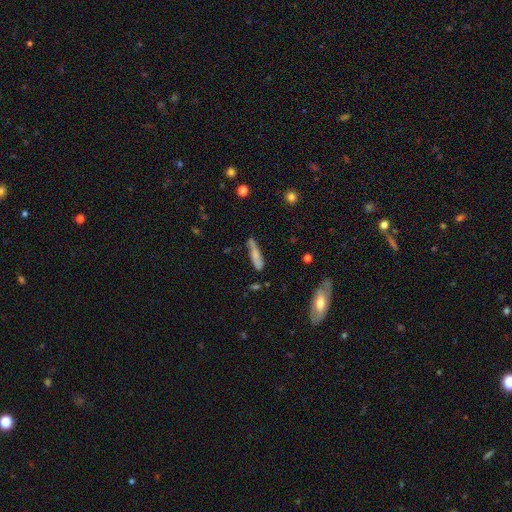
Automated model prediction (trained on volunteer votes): Smooth or featured?
  - smooth: 66% *
  - featured or disk: 27%
  - star or artifact: 7%
How rounded?
  - cigar-shaped: 78% *
  - in between: 20%
  - round: 2%
Merging?
  - none: 66% *
  - minor disturbance: 23%
  - major disturbance: 6%
  - merger: 4%